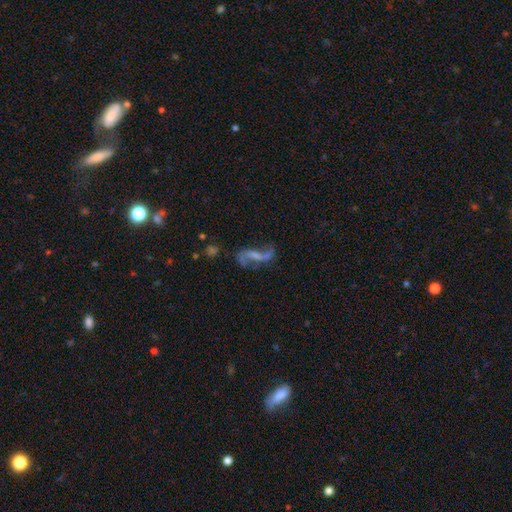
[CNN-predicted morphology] Overall: featured or disk (79%). Edge-on disk: no (94%). Bar: weak (39%; no 34%). Spiral arms: yes (89%). Spiral arm count: 2 (88%). Spiral winding: loose (88%). Bulge size: none (50%; small 31%). Merging: none (55%; major disturbance 19%).